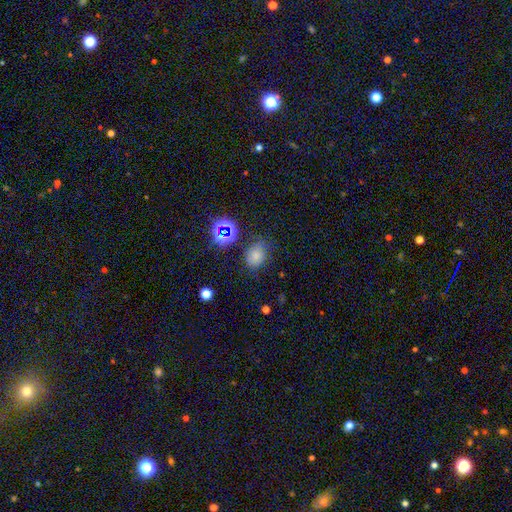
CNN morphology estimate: smooth_or_featured: smooth (p=0.72) [alt: star or artifact p=0.21]
how_rounded: in between (p=0.58) [alt: round p=0.41]
merging: none (p=0.67) [alt: minor disturbance p=0.22]